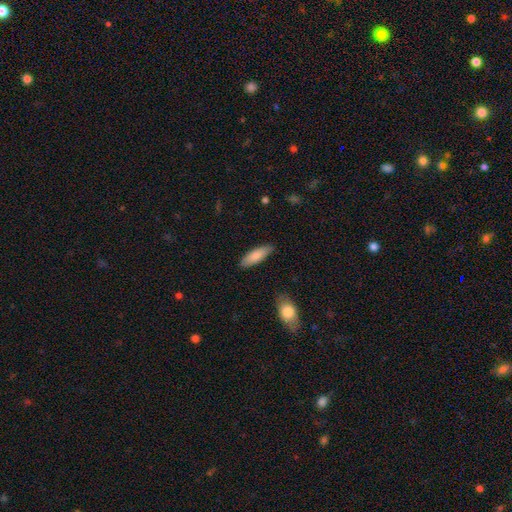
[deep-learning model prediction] This is clearly a smooth galaxy (84%). How rounded: possibly in between (56%). Merging: clearly none (84%).